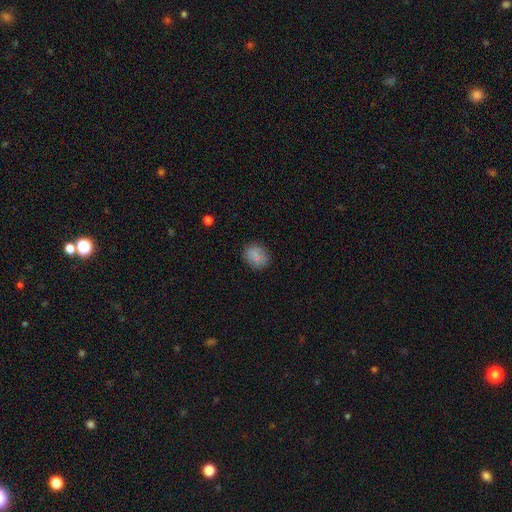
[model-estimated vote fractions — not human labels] smooth_or_featured: smooth (p=0.77) [alt: star or artifact p=0.13]
how_rounded: round (p=0.66) [alt: in between p=0.33]
merging: none (p=0.83) [alt: minor disturbance p=0.11]